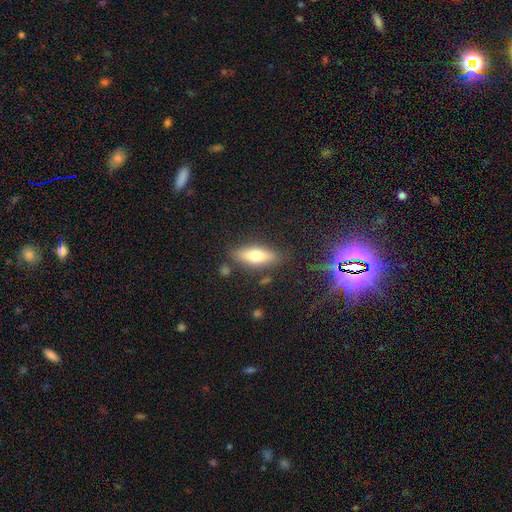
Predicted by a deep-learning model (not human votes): Smooth or featured?
  - smooth: 66% *
  - featured or disk: 26%
  - star or artifact: 7%
How rounded?
  - in between: 64% *
  - cigar-shaped: 32%
  - round: 3%
Merging?
  - none: 81% *
  - minor disturbance: 13%
  - merger: 4%
  - major disturbance: 3%